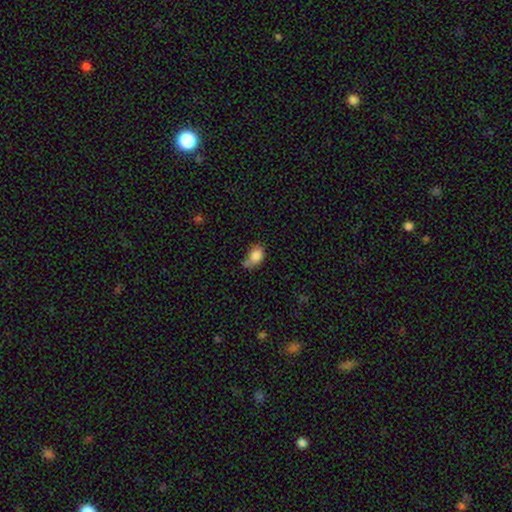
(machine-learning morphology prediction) This appears to be a smooth galaxy with no disk features (83%) that is in between round and cigar-shaped (71%). Merging: none (38%).